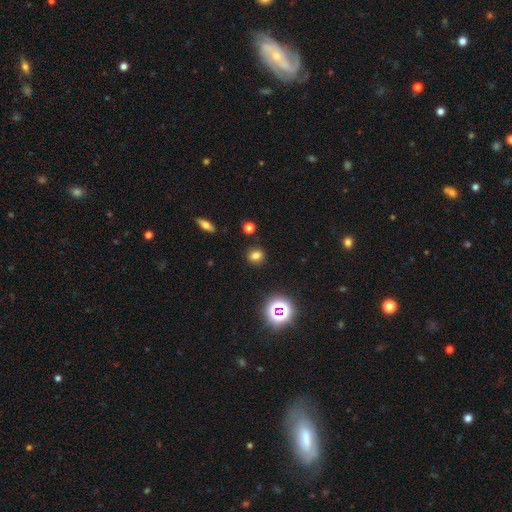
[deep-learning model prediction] Overall: smooth (74%). How rounded: round (65%; in between 33%). Merging: none (87%).